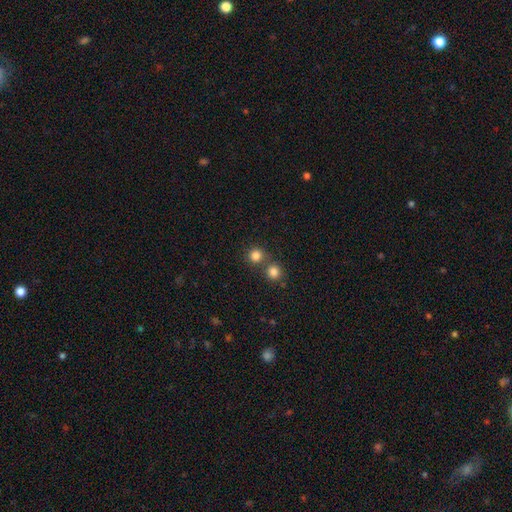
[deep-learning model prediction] Morphology: type=smooth (82%); roundness=round (91%); merging=none (66%).